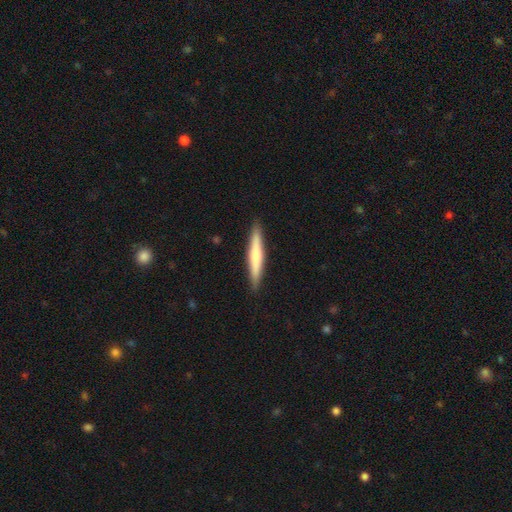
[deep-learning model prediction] This appears to be a smooth galaxy with no disk features (58%) that is cigar-shaped (95%). Merging: none (90%).